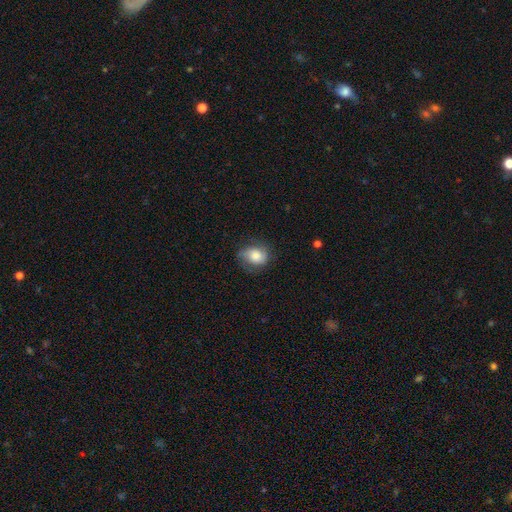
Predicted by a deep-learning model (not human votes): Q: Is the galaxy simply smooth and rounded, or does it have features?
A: smooth — 64%.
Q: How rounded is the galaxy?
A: round — 57%.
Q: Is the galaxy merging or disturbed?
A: none — 67%.